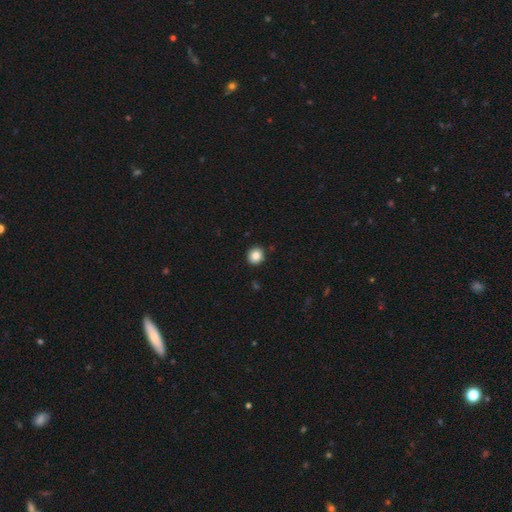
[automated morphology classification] smooth-or-featured: smooth: 85% | star or artifact: 10% | featured or disk: 6%
  how-rounded: round: 88% | in between: 11% | cigar-shaped: 1%
  merging: none: 91% | minor disturbance: 6% | major disturbance: 2% | merger: 1%